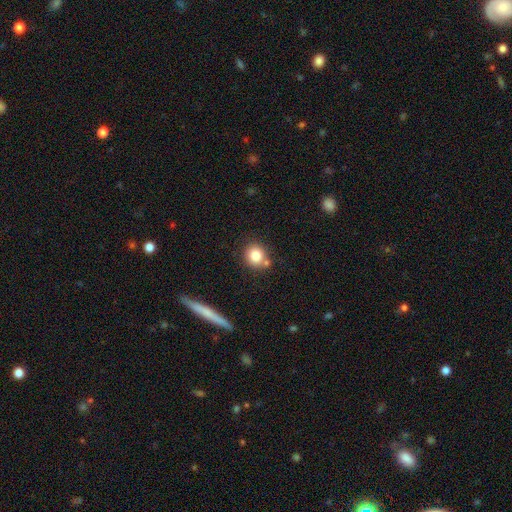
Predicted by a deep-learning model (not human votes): Smooth or featured? smooth (82%)
How rounded? round (85%)
Merging? none (72%)